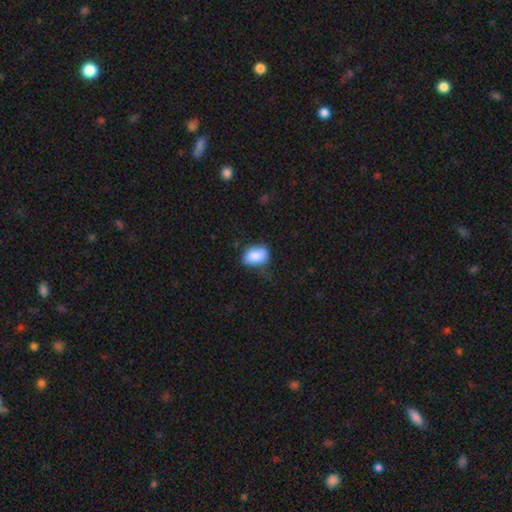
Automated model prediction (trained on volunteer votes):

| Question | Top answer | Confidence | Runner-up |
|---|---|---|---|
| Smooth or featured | smooth | 84% | featured or disk (9%) |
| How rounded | in between | 84% | round (15%) |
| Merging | none | 53% | minor disturbance (35%) |